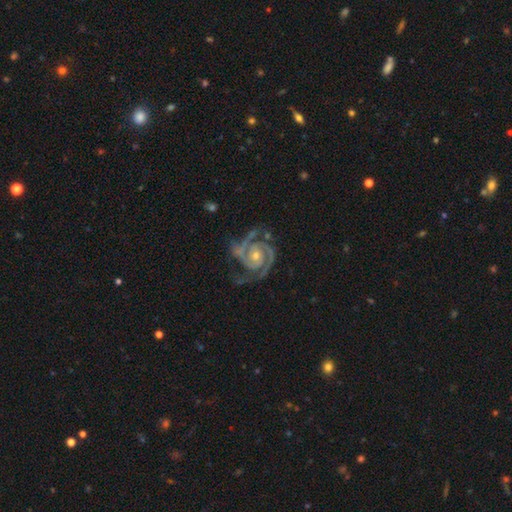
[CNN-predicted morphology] featured or disk 94%, star or artifact 4%, smooth 2%. Down the decision tree: edge-on disk — no (98%); bar — no (66%); spiral arms — yes (99%); spiral arm count — 2 (80%); spiral winding — tight (56%); bulge size — small (52%); merging — none (70%).